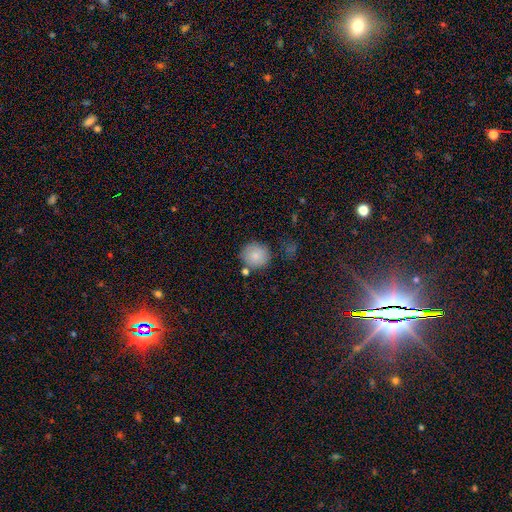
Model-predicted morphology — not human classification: smooth-or-featured: smooth: 85% | star or artifact: 8% | featured or disk: 7%
  how-rounded: round: 89% | in between: 10% | cigar-shaped: 1%
  merging: none: 76% | minor disturbance: 13% | merger: 8% | major disturbance: 4%